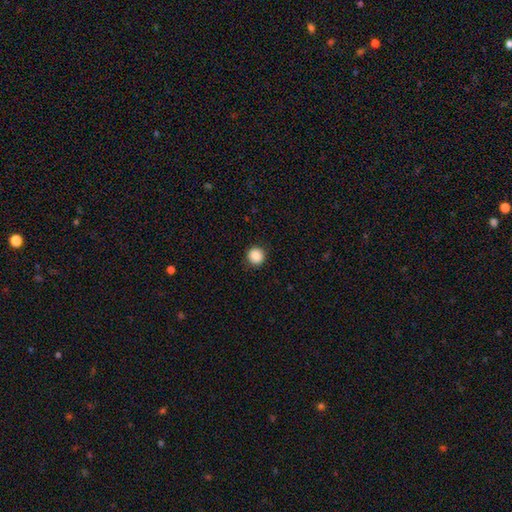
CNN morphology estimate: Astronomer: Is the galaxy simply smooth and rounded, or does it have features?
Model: smooth — 88%.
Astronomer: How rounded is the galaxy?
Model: round — 93%.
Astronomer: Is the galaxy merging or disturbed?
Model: none — 92%.